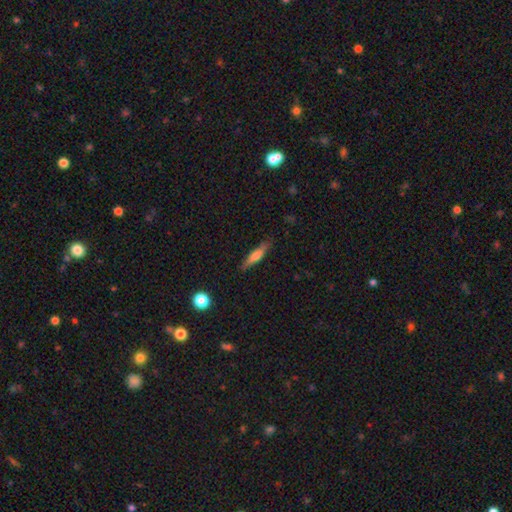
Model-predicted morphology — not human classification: smooth 56%, featured or disk 38%, star or artifact 7%. Down the decision tree: how rounded — cigar-shaped (81%); merging — none (83%).